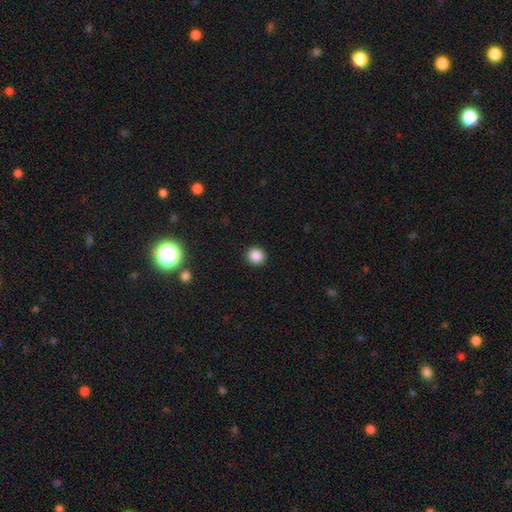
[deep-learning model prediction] This appears to be a smooth galaxy with no disk features (87%) that is round (90%). Merging: none (92%).